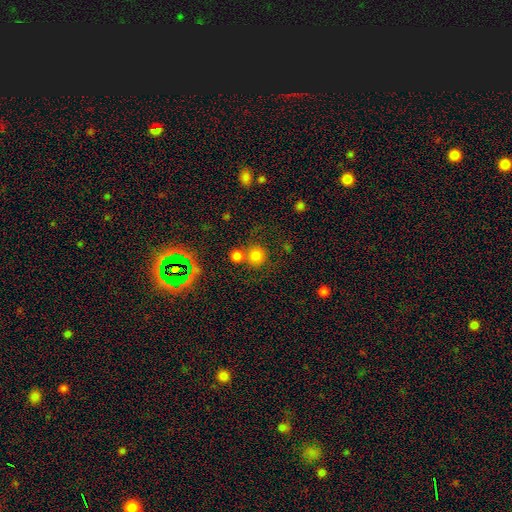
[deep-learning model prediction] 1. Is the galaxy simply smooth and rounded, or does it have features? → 77% smooth, 15% star or artifact, 8% featured or disk.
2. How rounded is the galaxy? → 90% round, 9% in between, 1% cigar-shaped.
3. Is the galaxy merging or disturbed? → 59% none, 26% merger, 10% minor disturbance, 5% major disturbance.